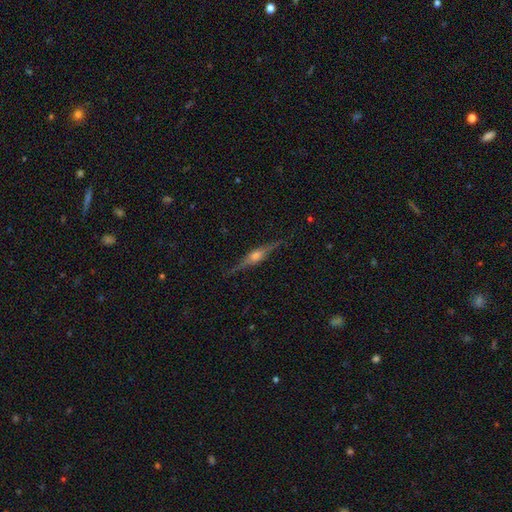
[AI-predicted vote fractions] A featured or disk galaxy (82%) viewed edge-on (97%) with a rounded central bulge (87%).

Vote fractions:
- Smooth or featured? featured or disk: 82% / smooth: 12% / star or artifact: 6%
- Edge-on disk? yes: 97% / no: 3%
- Edge-on bulge? rounded: 87% / boxy: 10% / none: 3%
- Merging? none: 87% / minor disturbance: 10% / major disturbance: 2% / merger: 1%